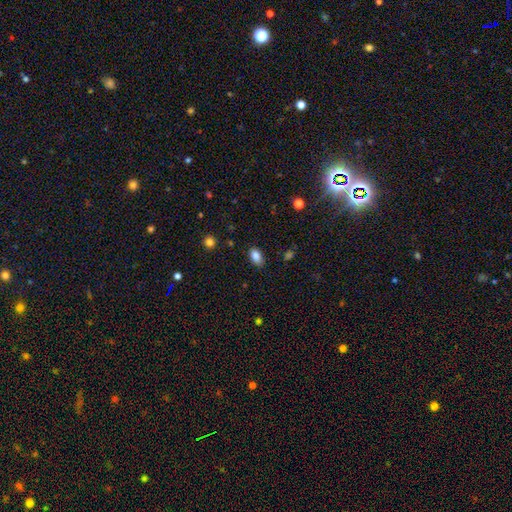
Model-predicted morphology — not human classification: This appears to be a smooth galaxy with no disk features (86%) that is in between round and cigar-shaped (91%). Merging: none (85%).